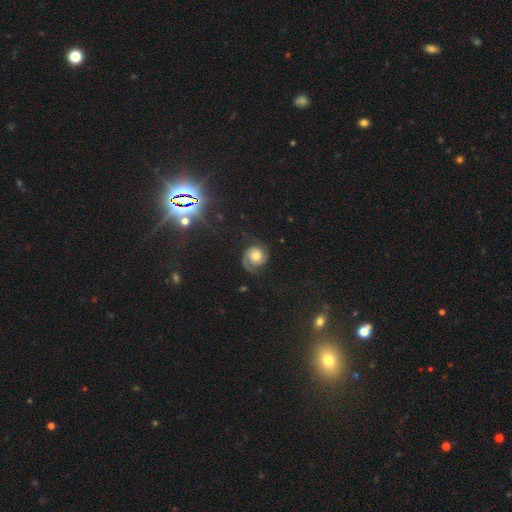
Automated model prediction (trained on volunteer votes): Morphology: type=featured or disk (76%); edge-on=no (98%); bar=no (76%); spiral arms=yes (96%); winding=tight (44%); arm count=2 (86%); bulge=moderate (55%); merging=none (73%).